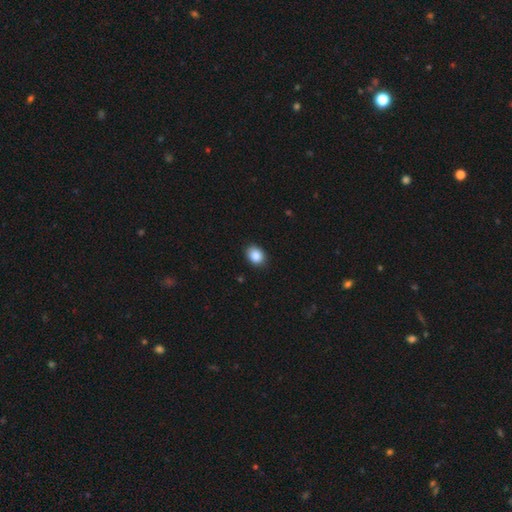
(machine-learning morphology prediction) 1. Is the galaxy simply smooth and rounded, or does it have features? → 88% smooth, 8% star or artifact, 3% featured or disk.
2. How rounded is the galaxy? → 61% in between, 38% round, 1% cigar-shaped.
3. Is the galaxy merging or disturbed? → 88% none, 9% minor disturbance, 2% major disturbance, 1% merger.